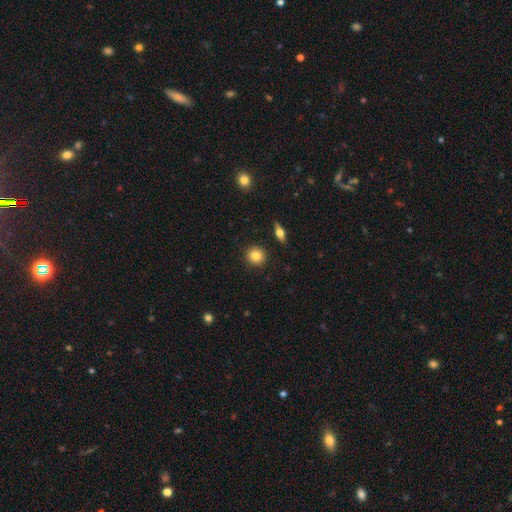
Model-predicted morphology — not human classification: smooth_or_featured: smooth (p=0.83) [alt: star or artifact p=0.09]
how_rounded: round (p=0.90) [alt: in between p=0.09]
merging: none (p=0.91) [alt: minor disturbance p=0.05]